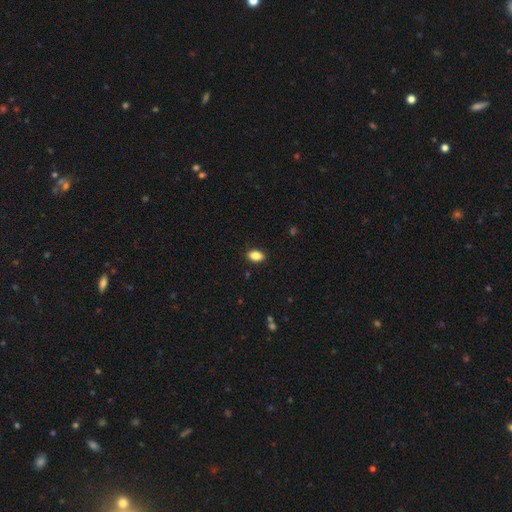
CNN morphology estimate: Smooth or featured: smooth — 86% (star or artifact — 8%)
How rounded: in between — 88% (round — 9%)
Merging: none — 88% (minor disturbance — 9%)